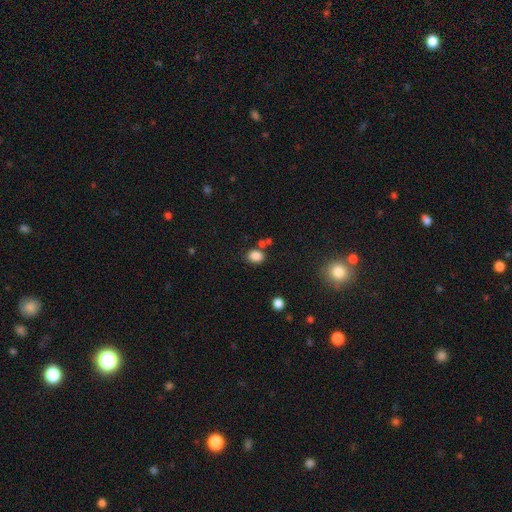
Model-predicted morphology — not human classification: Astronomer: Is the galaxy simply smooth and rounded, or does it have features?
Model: smooth — 84%.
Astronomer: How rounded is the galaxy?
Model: in between — 56% (runner-up: round, 43%).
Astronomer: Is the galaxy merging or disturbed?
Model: none — 72%.